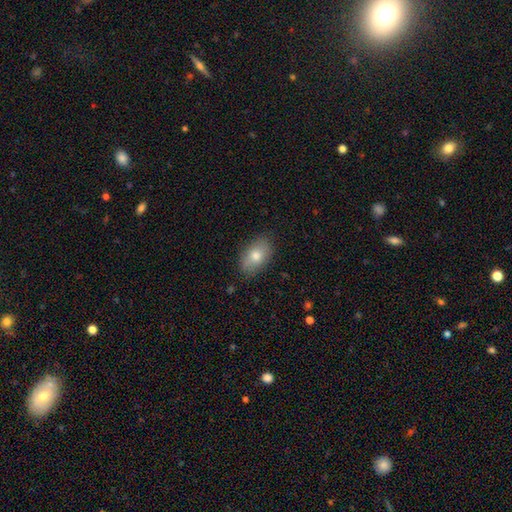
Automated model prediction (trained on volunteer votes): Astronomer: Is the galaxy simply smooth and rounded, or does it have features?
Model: smooth — 77%.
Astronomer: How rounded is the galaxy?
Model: in between — 89%.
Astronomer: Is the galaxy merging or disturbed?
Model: none — 85%.